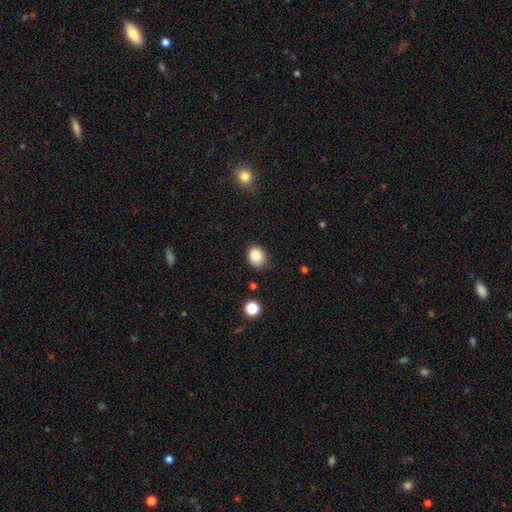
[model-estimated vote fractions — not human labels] Overall: smooth (86%). How rounded: round (53%; in between 46%). Merging: none (80%).